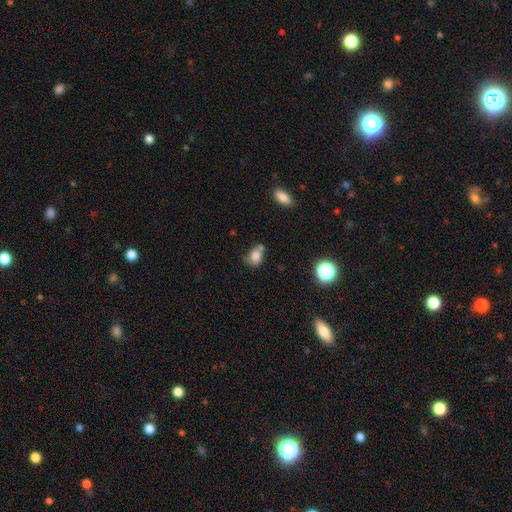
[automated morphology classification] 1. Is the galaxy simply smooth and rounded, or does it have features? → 77% smooth, 12% star or artifact, 11% featured or disk.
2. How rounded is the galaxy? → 59% in between, 40% round, 2% cigar-shaped.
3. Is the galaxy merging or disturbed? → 40% none, 25% minor disturbance, 24% merger, 10% major disturbance.